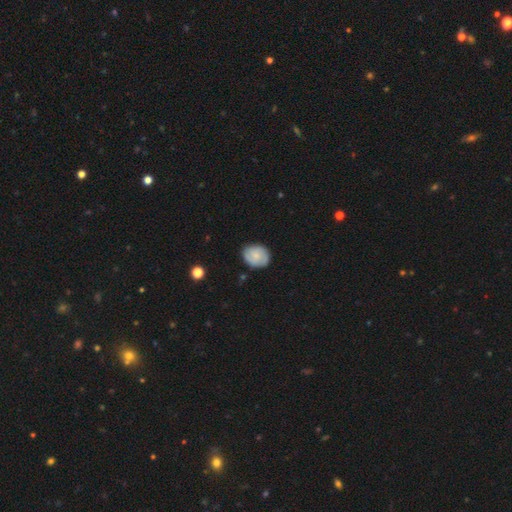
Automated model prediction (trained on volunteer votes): Smooth or featured?
  - smooth: 51% *
  - featured or disk: 42%
  - star or artifact: 7%
How rounded?
  - round: 57% *
  - in between: 42%
  - cigar-shaped: 1%
Merging?
  - none: 80% *
  - minor disturbance: 16%
  - major disturbance: 3%
  - merger: 1%